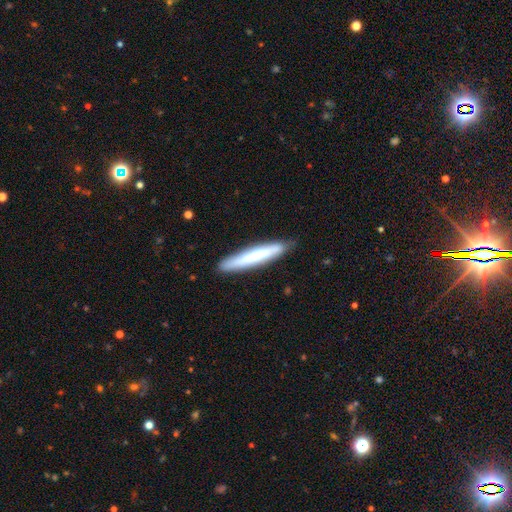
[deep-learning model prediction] Morphology: type=smooth (61%); roundness=cigar-shaped (93%); merging=none (85%).